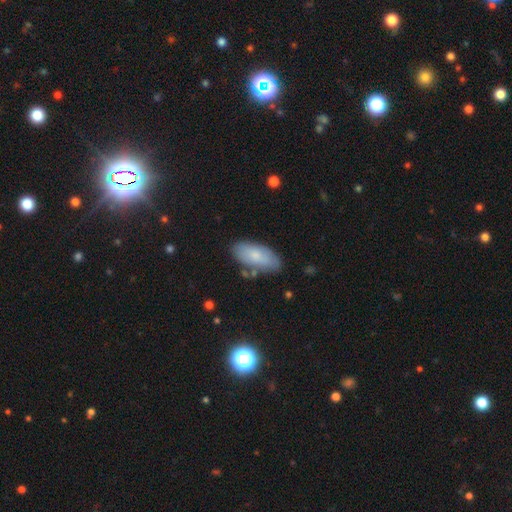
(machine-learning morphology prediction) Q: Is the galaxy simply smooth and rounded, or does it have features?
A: smooth — 75%.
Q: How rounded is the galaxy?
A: in between — 91%.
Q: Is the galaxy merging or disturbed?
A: none — 76%.